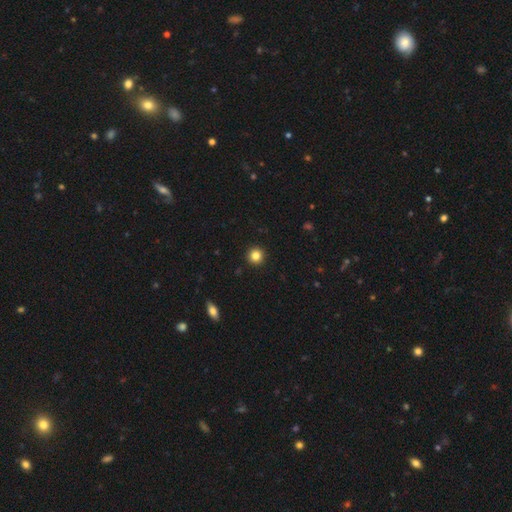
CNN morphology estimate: Smooth or featured? smooth (84%)
How rounded? round (96%)
Merging? none (93%)